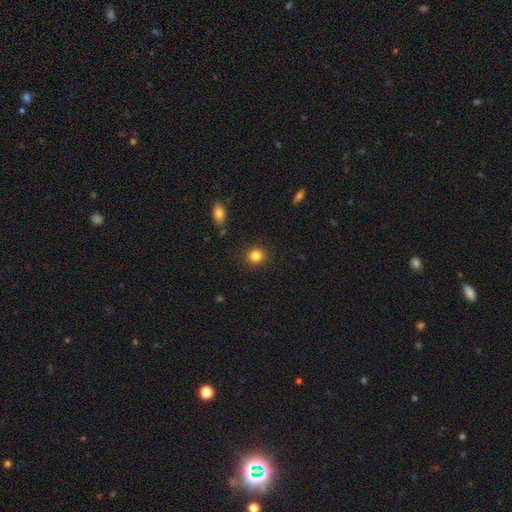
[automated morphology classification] smooth 84%, star or artifact 11%, featured or disk 5%. Down the decision tree: how rounded — round (86%); merging — none (90%).